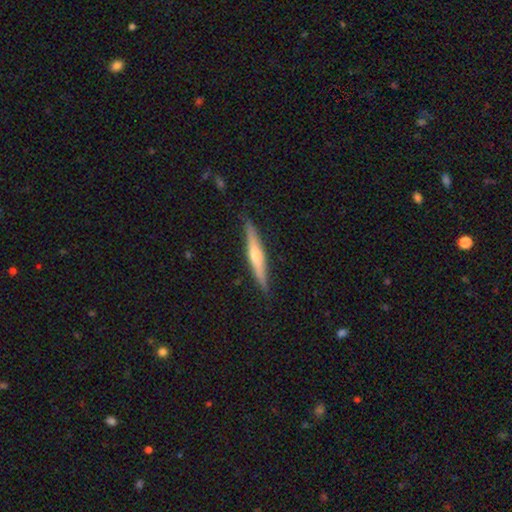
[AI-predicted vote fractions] This appears to be a featured or disk galaxy (59%) viewed edge-on (96%) with a rounded central bulge (75%). Merging: none (87%).